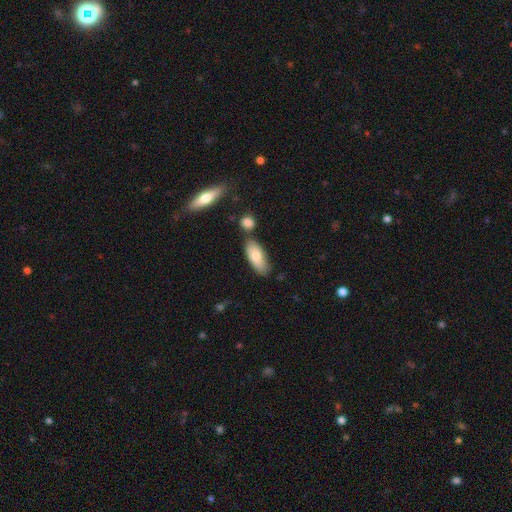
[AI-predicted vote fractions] smooth 78%, featured or disk 16%, star or artifact 6%. Down the decision tree: how rounded — in between (84%); merging — none (65%).